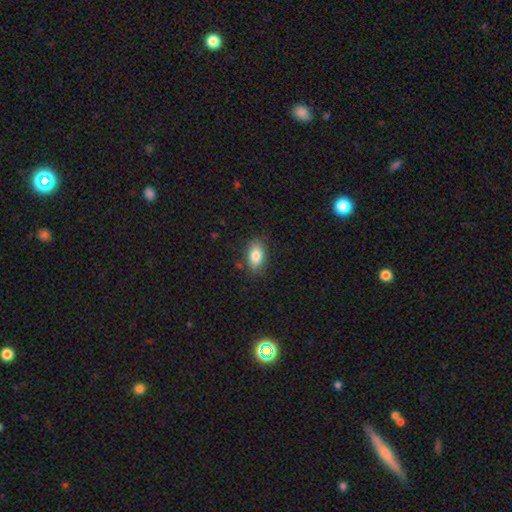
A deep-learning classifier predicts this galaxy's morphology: This appears to be a smooth galaxy with no disk features (82%) that is in between round and cigar-shaped (89%). Merging: none (83%).